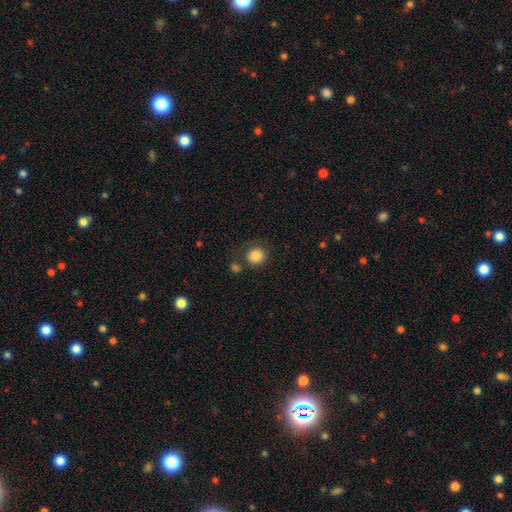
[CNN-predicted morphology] This is clearly a smooth galaxy (86%). How rounded: clearly round (87%). Merging: likely none (71%).